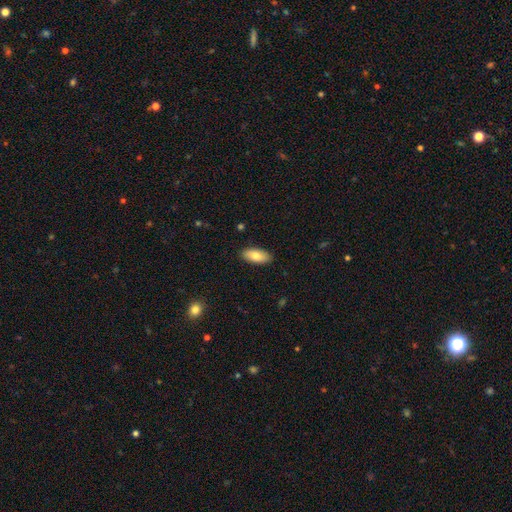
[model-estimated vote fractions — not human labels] This appears to be a smooth galaxy with no disk features (80%) that is in between round and cigar-shaped (87%). Merging: none (89%).